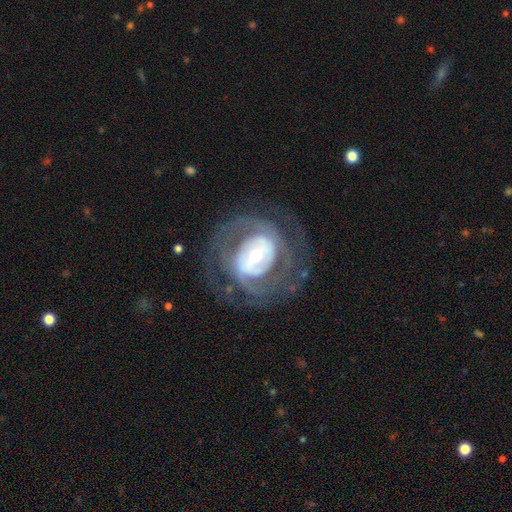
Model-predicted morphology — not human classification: The model was most divided on "bar": weak: 38%, strong: 33%, no: 29%. Remaining: edge-on disk — no (97%); spiral arms — yes (87%); smooth or featured — featured or disk (85%); merging — none (70%); spiral winding — tight (53%); bulge size — moderate (50%); spiral arm count — 2 (46%).